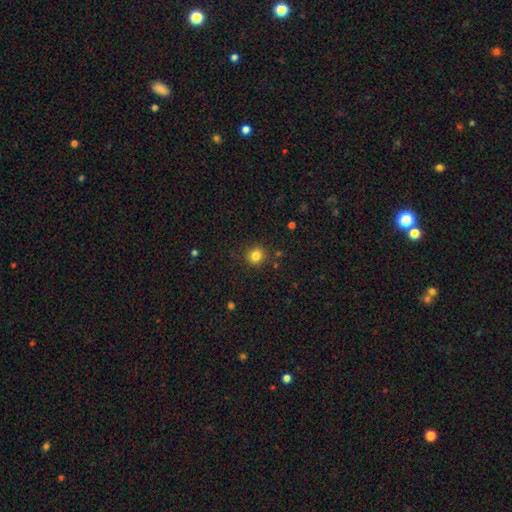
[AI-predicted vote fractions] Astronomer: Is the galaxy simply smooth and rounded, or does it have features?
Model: smooth — 82%.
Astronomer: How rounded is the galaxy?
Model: round — 89%.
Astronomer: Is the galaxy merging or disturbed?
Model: none — 89%.